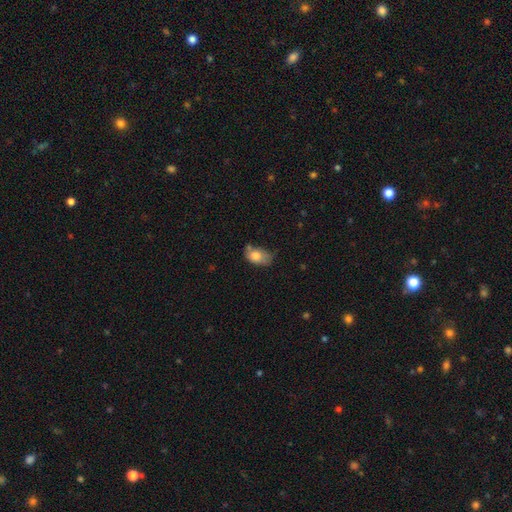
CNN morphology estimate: Smooth or featured? Predicted: smooth (p=0.78). How rounded? Predicted: in between (p=0.86). Merging? Predicted: minor disturbance (p=0.40).